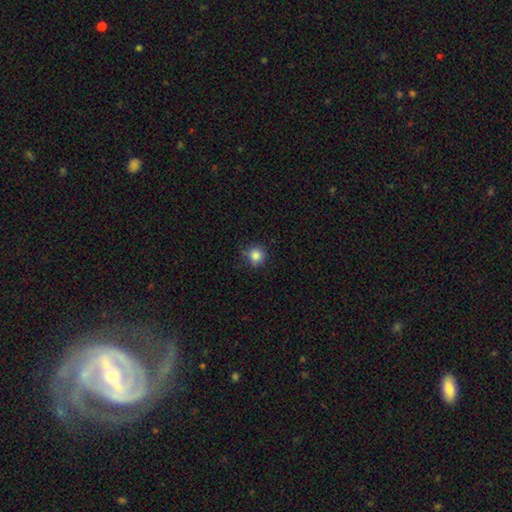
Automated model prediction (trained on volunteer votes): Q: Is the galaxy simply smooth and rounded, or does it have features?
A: smooth — 85%.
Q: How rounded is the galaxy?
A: round — 91%.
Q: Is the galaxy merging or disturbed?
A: none — 79%.